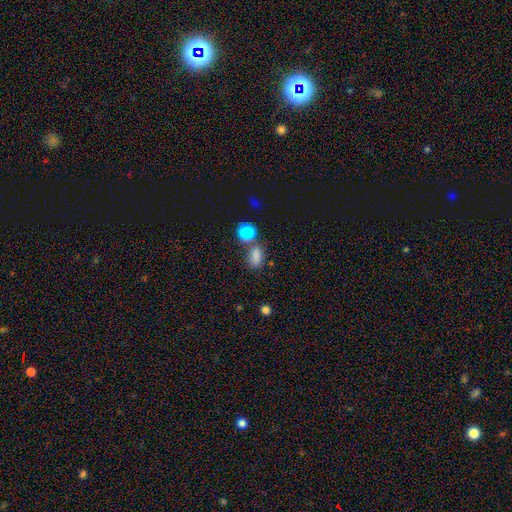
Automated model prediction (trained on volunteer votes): Morphology: type=smooth (81%); roundness=in between (79%); merging=none (49%).